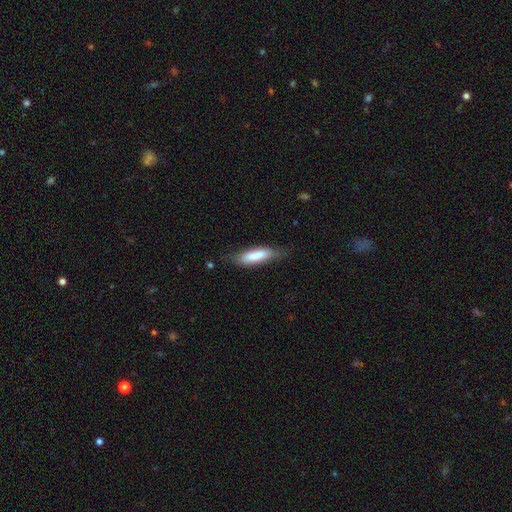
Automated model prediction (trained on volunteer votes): smooth 76%, featured or disk 18%, star or artifact 6%. Down the decision tree: how rounded — cigar-shaped (62%); merging — none (68%).